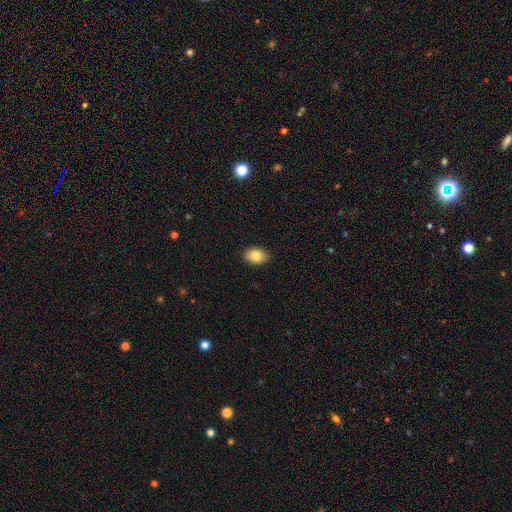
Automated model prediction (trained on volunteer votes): Q: Smooth or featured?
A: smooth (84%); runner-up: featured or disk (8%)
Q: How rounded?
A: in between (82%); runner-up: round (17%)
Q: Merging?
A: none (90%); runner-up: minor disturbance (7%)